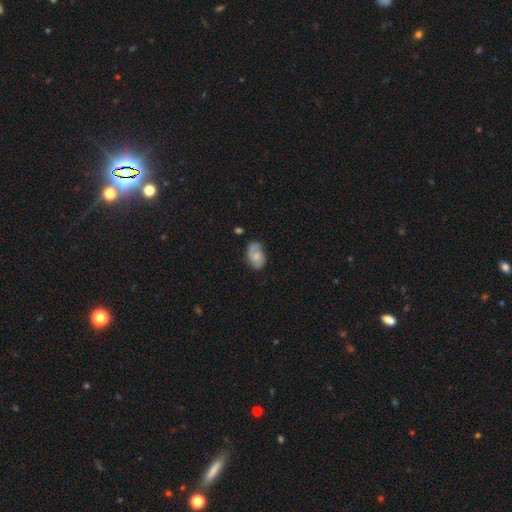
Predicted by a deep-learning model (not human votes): Smooth or featured? smooth (60%)
How rounded? in between (88%)
Merging? none (64%)